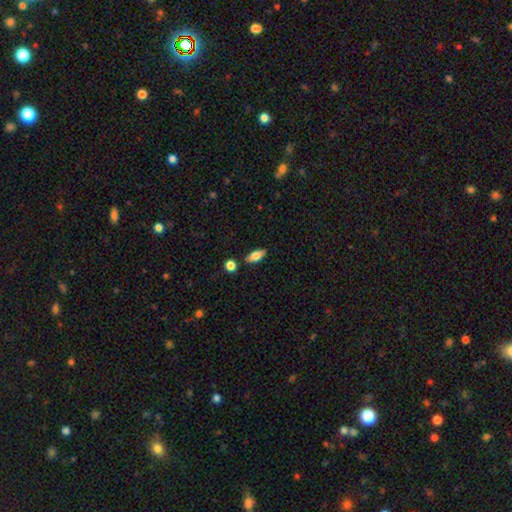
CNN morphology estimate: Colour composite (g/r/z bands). It shows a smooth galaxy with no disk features (76%) that is in between round and cigar-shaped (81%). Merging: none (84%).